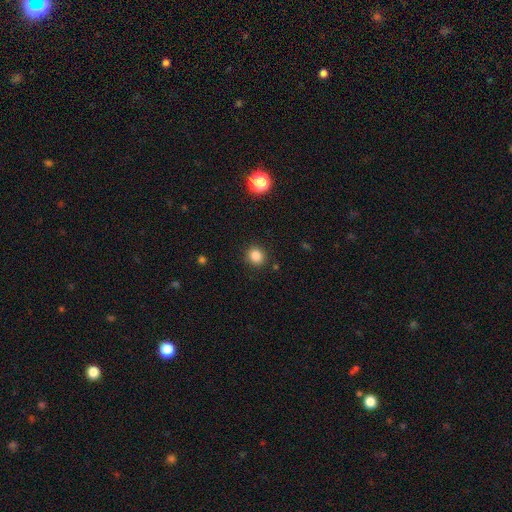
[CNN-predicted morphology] Smooth or featured? Predicted: smooth (p=0.85). How rounded? Predicted: round (p=0.85). Merging? Predicted: none (p=0.90).